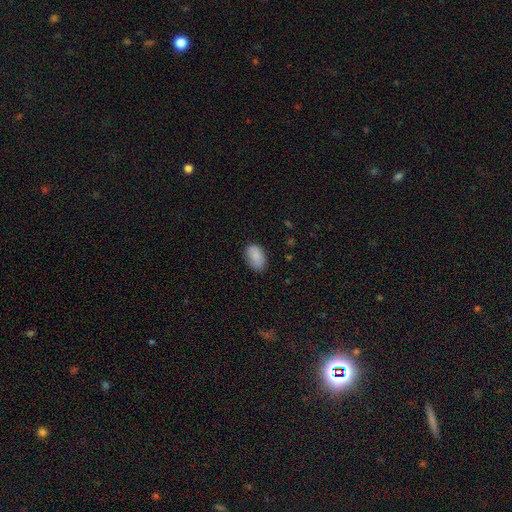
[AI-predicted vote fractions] A smooth galaxy with no disk features (87%) that is in between round and cigar-shaped (90%). Merging: none (79%).